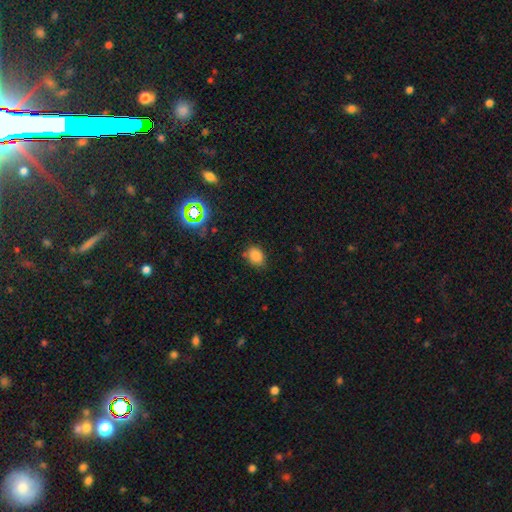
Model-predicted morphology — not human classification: This appears to be a smooth galaxy with no disk features (80%) that is in between round and cigar-shaped (66%). Merging: none (75%).